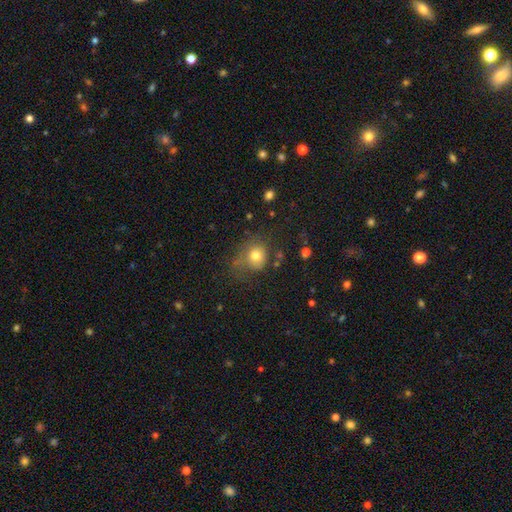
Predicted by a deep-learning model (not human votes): Morphology: type=smooth (77%); roundness=round (79%); merging=none (53%).